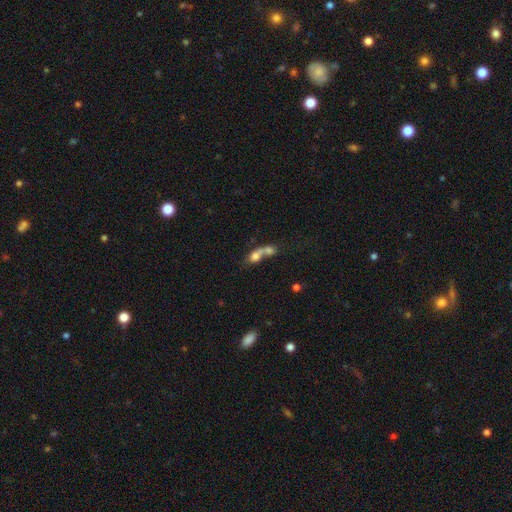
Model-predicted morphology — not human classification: Smooth or featured? Predicted: smooth (p=0.69). How rounded? Predicted: in between (p=0.49). Merging? Predicted: merger (p=0.74).